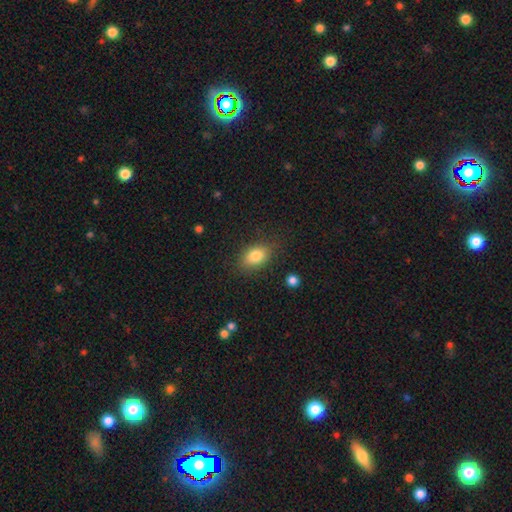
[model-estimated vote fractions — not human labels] smooth 82%, featured or disk 10%, star or artifact 9%. Down the decision tree: how rounded — in between (83%); merging — none (81%).